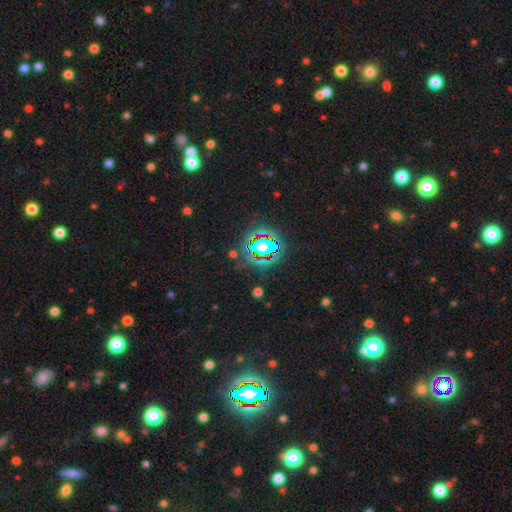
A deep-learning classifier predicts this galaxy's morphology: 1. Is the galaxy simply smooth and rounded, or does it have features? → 77% star or artifact, 15% smooth, 9% featured or disk.